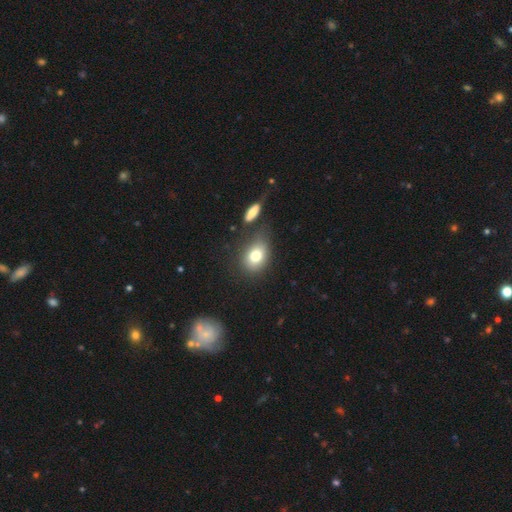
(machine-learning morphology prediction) smooth 77%, featured or disk 13%, star or artifact 10%. Down the decision tree: how rounded — in between (64%); merging — none (63%).